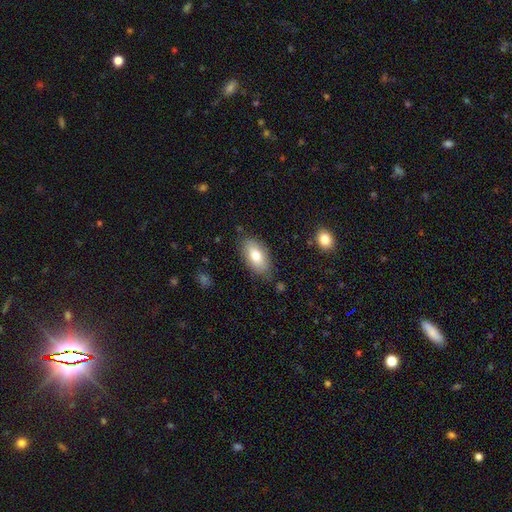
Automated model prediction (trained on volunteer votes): Overall: smooth (77%). How rounded: in between (92%). Merging: none (81%).